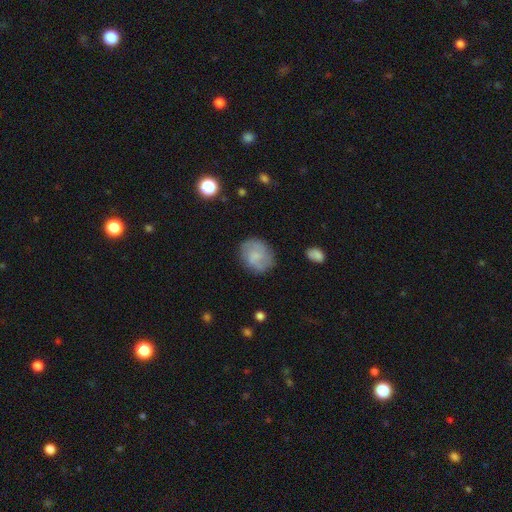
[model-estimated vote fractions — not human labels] Smooth or featured? Predicted: smooth (p=0.51). How rounded? Predicted: round (p=0.67). Merging? Predicted: none (p=0.73).